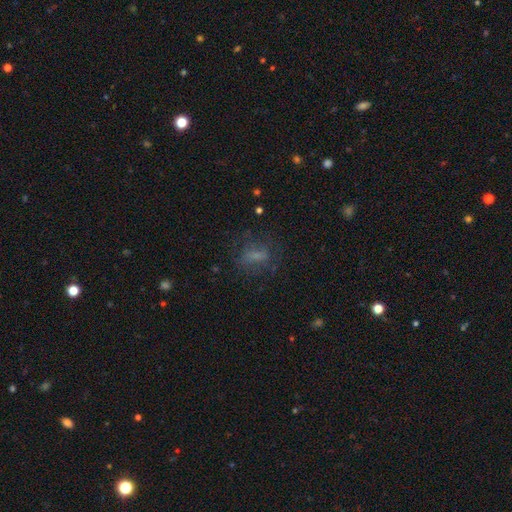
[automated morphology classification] smooth-or-featured: smooth: 55% | featured or disk: 27% | star or artifact: 19%
  how-rounded: in between: 62% | round: 23% | cigar-shaped: 15%
  merging: none: 62% | minor disturbance: 18% | major disturbance: 18% | merger: 2%